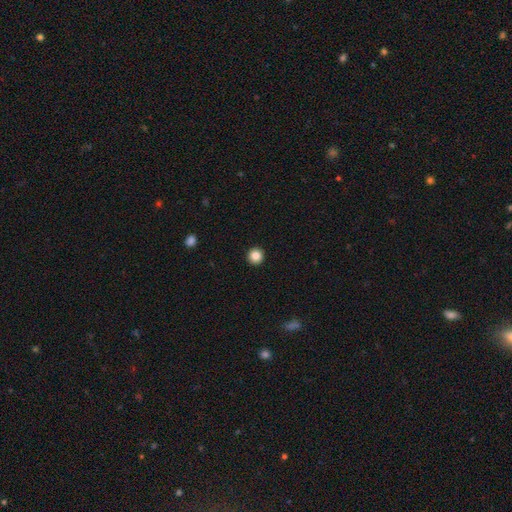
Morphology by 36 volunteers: A smooth galaxy with no disk features (92%) that is round (100%).

Vote fractions:
- Smooth or featured? smooth: 92% / featured or disk: 6% / star or artifact: 3%
- How rounded? round: 100% / in between: 0% / cigar-shaped: 0%
- Merging? none: 94% / minor disturbance: 3% / major disturbance: 3% / merger: 0%